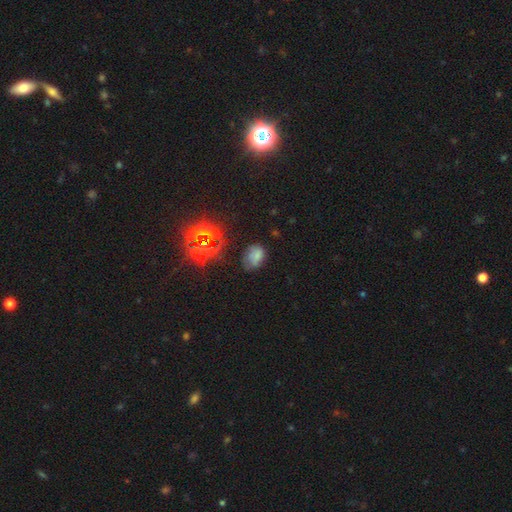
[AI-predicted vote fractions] Smooth or featured? smooth (58%)
How rounded? in between (74%)
Merging? none (53%)